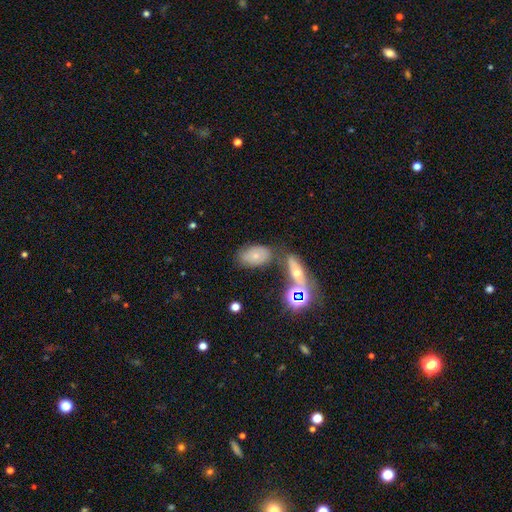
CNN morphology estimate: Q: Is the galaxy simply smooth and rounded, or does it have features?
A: smooth — 63%.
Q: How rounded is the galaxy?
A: in between — 90%.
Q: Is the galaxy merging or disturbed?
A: none — 59%.